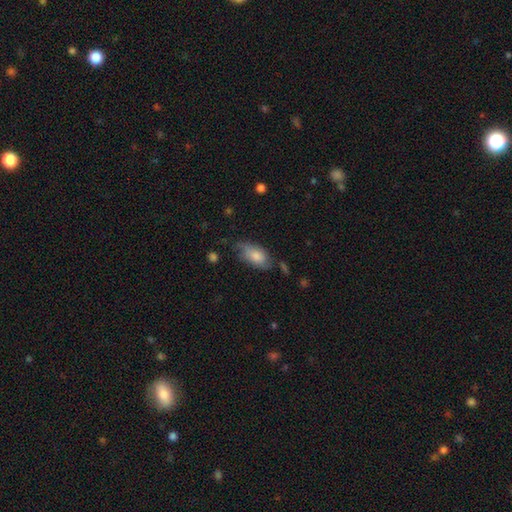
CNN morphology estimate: This appears to be a smooth galaxy with no disk features (76%) that is in between round and cigar-shaped (91%). Merging: none (52%).